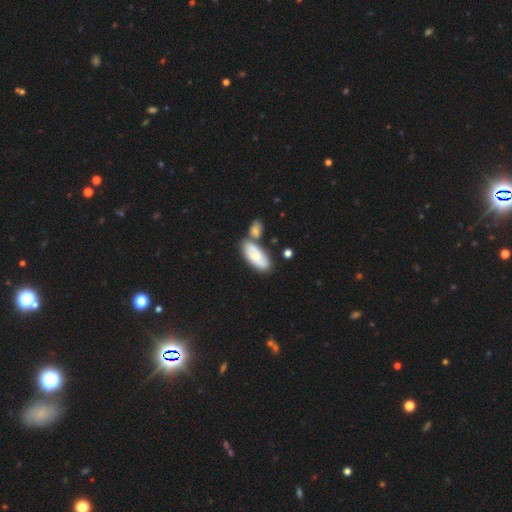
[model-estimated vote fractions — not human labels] Overall: smooth (65%; featured or disk 29%). How rounded: in between (83%). Merging: none (48%; merger 34%).